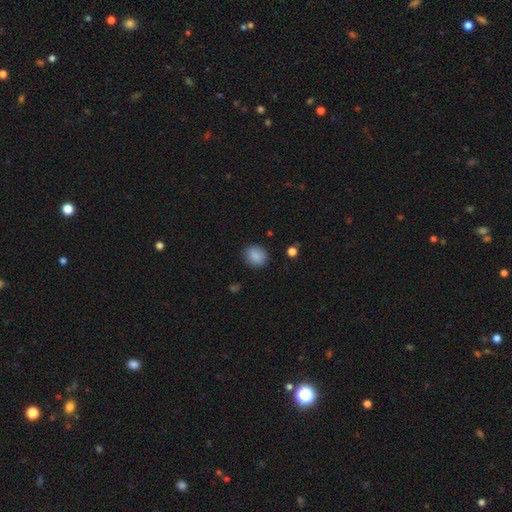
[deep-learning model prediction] This is clearly a smooth galaxy (87%). How rounded: likely round (64%). Merging: clearly none (85%).